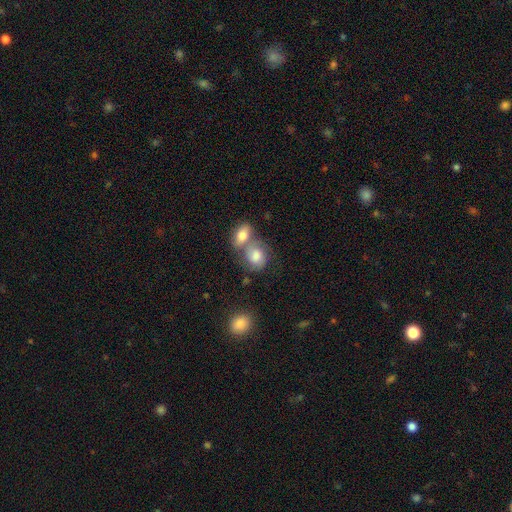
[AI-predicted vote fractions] A smooth galaxy with no disk features (69%) that is in between round and cigar-shaped (51%).

Vote fractions:
- Smooth or featured? smooth: 69% / featured or disk: 22% / star or artifact: 9%
- How rounded? in between: 51% / round: 47% / cigar-shaped: 1%
- Merging? merger: 51% / none: 31% / minor disturbance: 12% / major disturbance: 6%